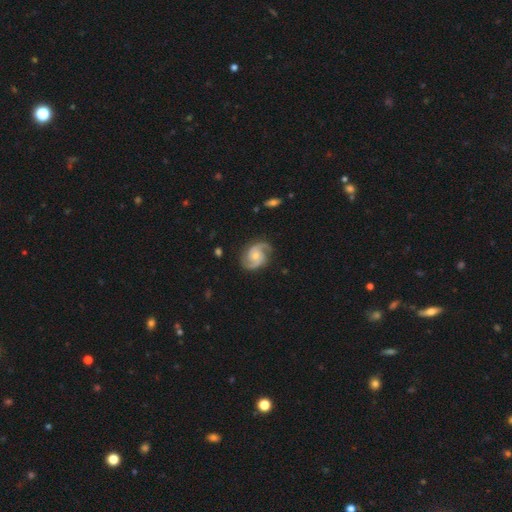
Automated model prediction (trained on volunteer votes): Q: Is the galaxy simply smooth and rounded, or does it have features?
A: featured or disk — 90%.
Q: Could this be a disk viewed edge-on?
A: no — 98%.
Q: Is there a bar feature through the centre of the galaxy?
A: no — 66%.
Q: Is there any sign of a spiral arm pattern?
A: yes — 98%.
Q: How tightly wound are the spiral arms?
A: medium — 55%.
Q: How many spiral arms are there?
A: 2 — 93%.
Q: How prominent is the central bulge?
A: small — 51%.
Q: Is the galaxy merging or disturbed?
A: none — 82%.